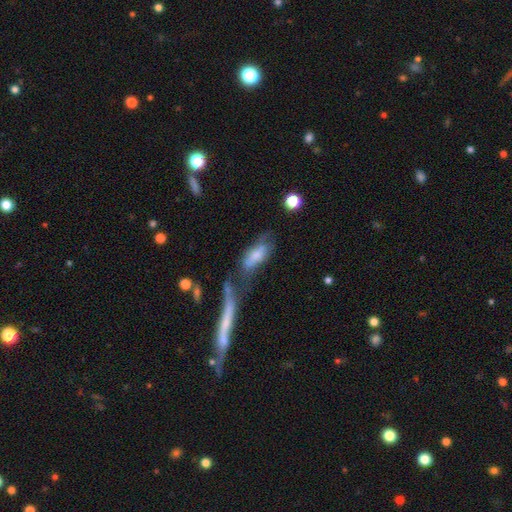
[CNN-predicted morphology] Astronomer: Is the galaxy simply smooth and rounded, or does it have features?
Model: smooth — 61%.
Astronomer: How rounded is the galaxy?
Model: in between — 73%.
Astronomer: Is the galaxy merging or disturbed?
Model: none — 29%, tied with merger at 29%.